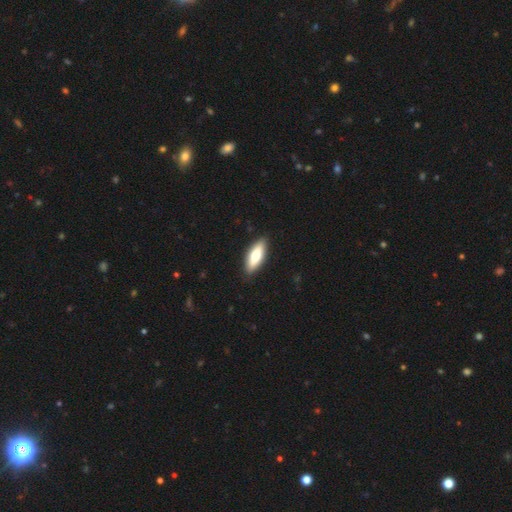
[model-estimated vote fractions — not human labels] This is likely a smooth galaxy (69%). How rounded: likely in between (64%). Merging: clearly none (89%).